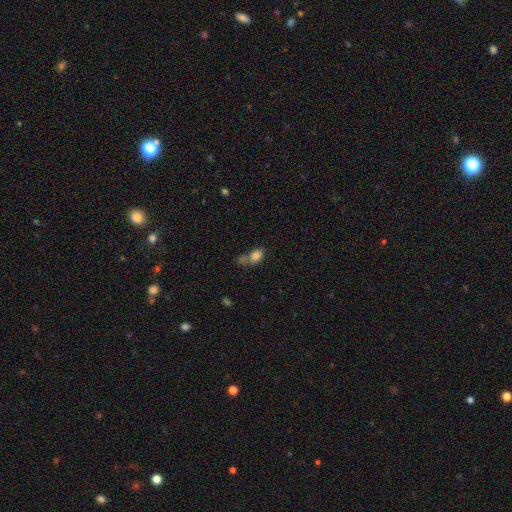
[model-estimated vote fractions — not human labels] Morphology: type=smooth (79%); roundness=in between (80%); merging=merger (42%).